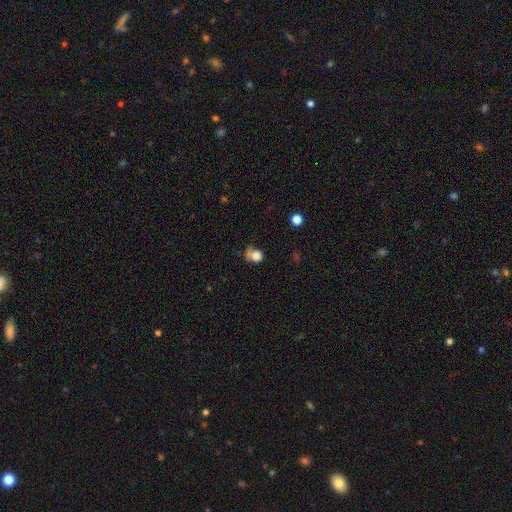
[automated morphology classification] Smooth or featured?
  - smooth: 77% *
  - star or artifact: 14%
  - featured or disk: 9%
How rounded?
  - round: 78% *
  - in between: 20%
  - cigar-shaped: 1%
Merging?
  - none: 46% *
  - minor disturbance: 23%
  - major disturbance: 18%
  - merger: 13%